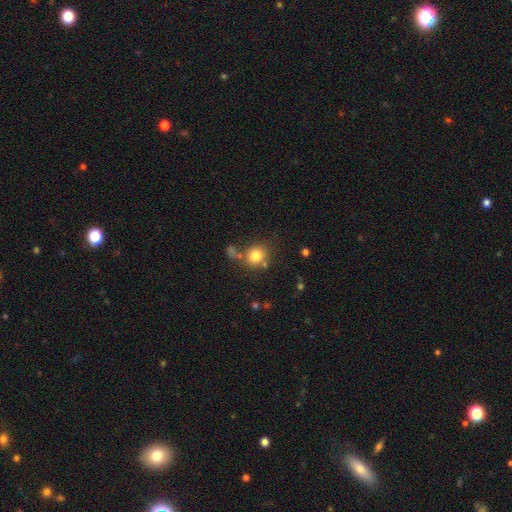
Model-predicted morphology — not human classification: A smooth galaxy with no disk features (80%) that is round (80%). Merging: none (68%).